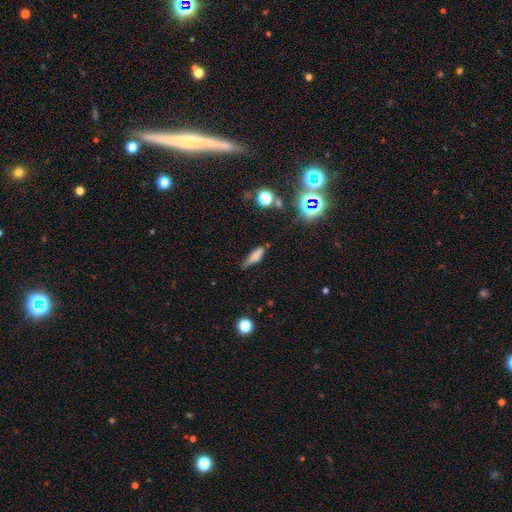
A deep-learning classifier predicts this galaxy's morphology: smooth-or-featured: smooth: 70% | featured or disk: 17% | star or artifact: 13%
  how-rounded: cigar-shaped: 59% | in between: 38% | round: 3%
  merging: none: 59% | minor disturbance: 30% | major disturbance: 7% | merger: 3%